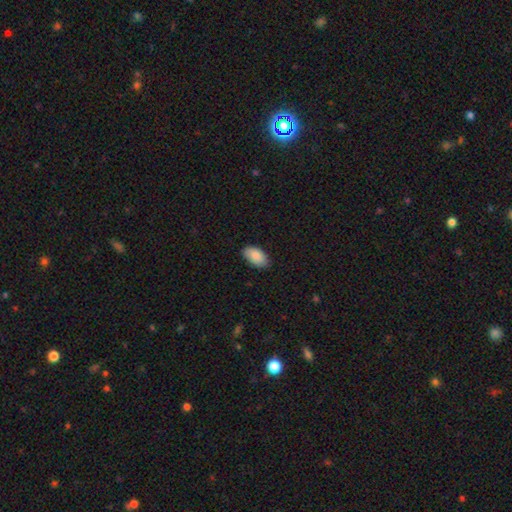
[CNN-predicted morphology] This is clearly a smooth galaxy (88%). How rounded: clearly in between (95%). Merging: clearly none (85%).